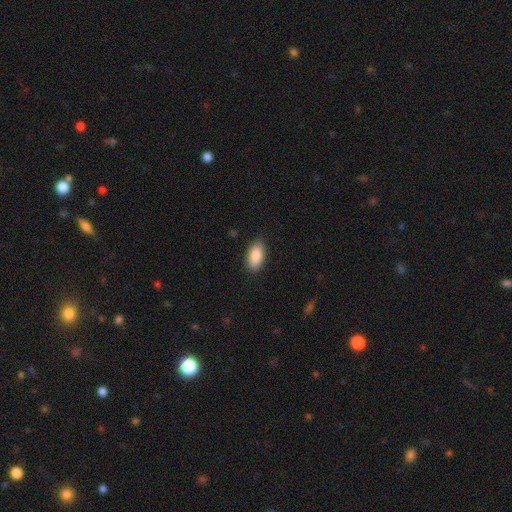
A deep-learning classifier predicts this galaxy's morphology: This appears to be a smooth galaxy with no disk features (89%) that is in between round and cigar-shaped (92%). Merging: none (86%).